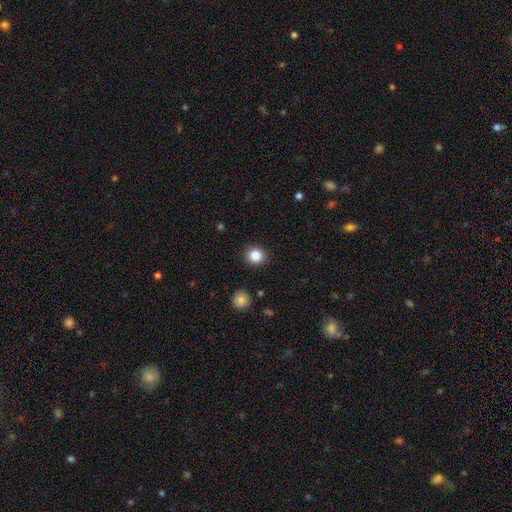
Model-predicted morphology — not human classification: The model was most divided on "smooth or featured": smooth: 84%, star or artifact: 11%, featured or disk: 5%. More confident: merging — none (91%); how rounded — round (87%).